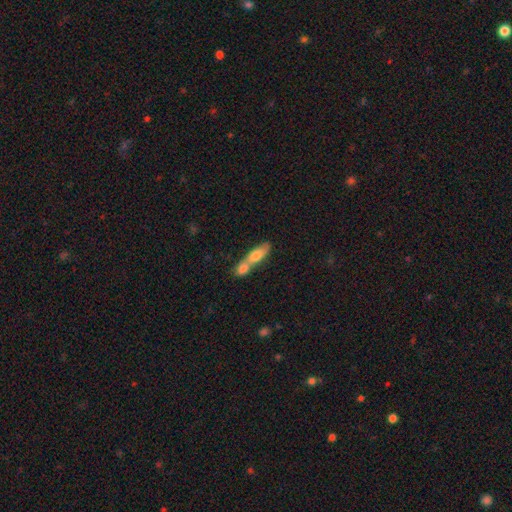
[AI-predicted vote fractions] Morphology: type=smooth (68%); roundness=in between (53%); merging=merger (71%).